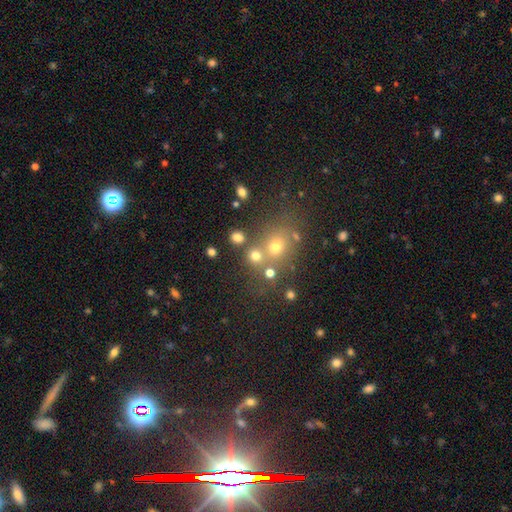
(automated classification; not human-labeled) Smooth or featured? Predicted: smooth (p=0.69). How rounded? Predicted: round (p=0.78). Merging? Predicted: none (p=0.61).